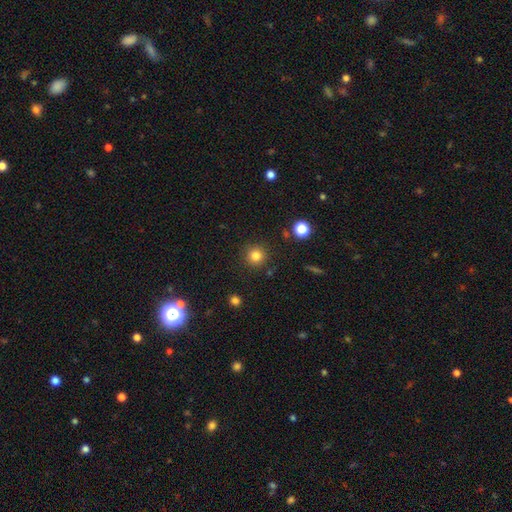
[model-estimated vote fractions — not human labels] Smooth or featured?
  - smooth: 82% *
  - star or artifact: 12%
  - featured or disk: 6%
How rounded?
  - round: 94% *
  - in between: 5%
  - cigar-shaped: 1%
Merging?
  - none: 88% *
  - minor disturbance: 7%
  - major disturbance: 3%
  - merger: 2%